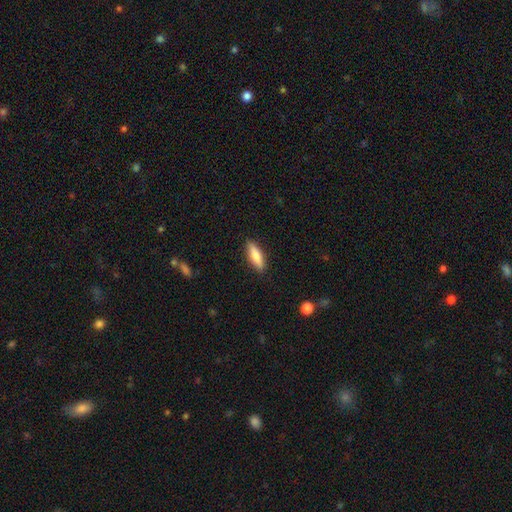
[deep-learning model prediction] Overall: smooth (74%). How rounded: cigar-shaped (50%; in between 47%). Merging: none (89%).